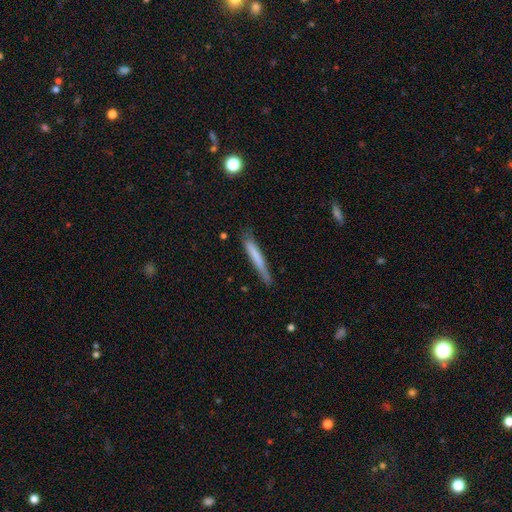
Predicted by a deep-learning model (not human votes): smooth 68%, featured or disk 26%, star or artifact 6%. Down the decision tree: how rounded — cigar-shaped (95%); merging — none (75%).